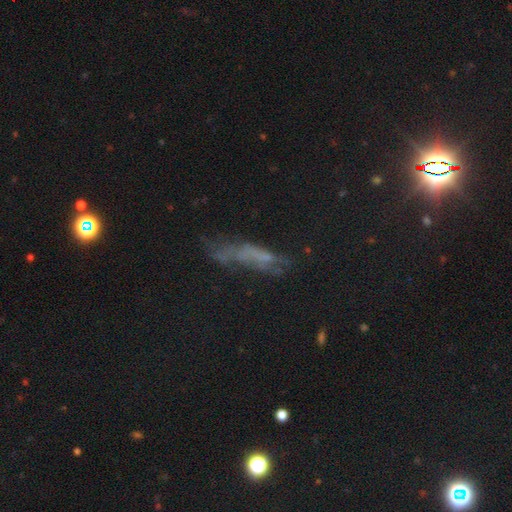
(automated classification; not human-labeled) smooth_or_featured: featured or disk (p=0.39) [alt: smooth p=0.35]
merging: none (p=0.40) [alt: major disturbance p=0.29]